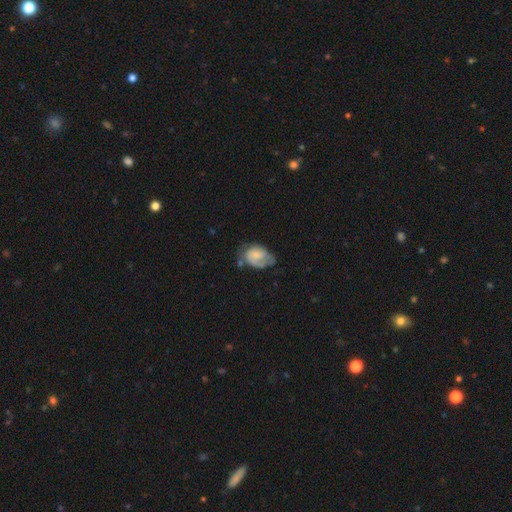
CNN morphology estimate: Q: Smooth or featured?
A: smooth (47%); runner-up: featured or disk (45%)
Q: Merging?
A: none (38%); runner-up: minor disturbance (34%)